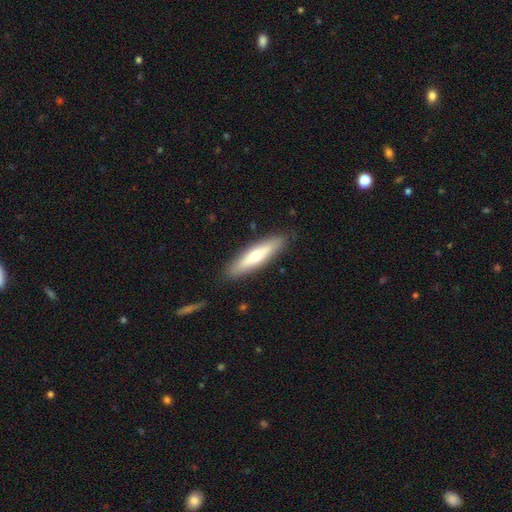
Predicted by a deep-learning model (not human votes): smooth-or-featured: smooth: 56% | featured or disk: 38% | star or artifact: 6%
  how-rounded: cigar-shaped: 73% | in between: 26% | round: 2%
  merging: none: 88% | minor disturbance: 9% | major disturbance: 2% | merger: 1%